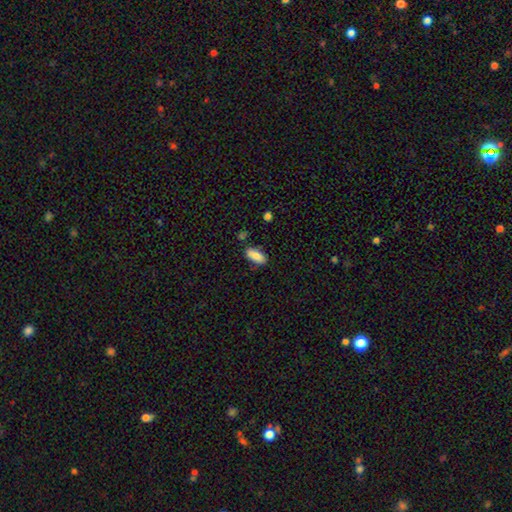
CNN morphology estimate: Smooth or featured? smooth (85%)
How rounded? in between (85%)
Merging? none (77%)